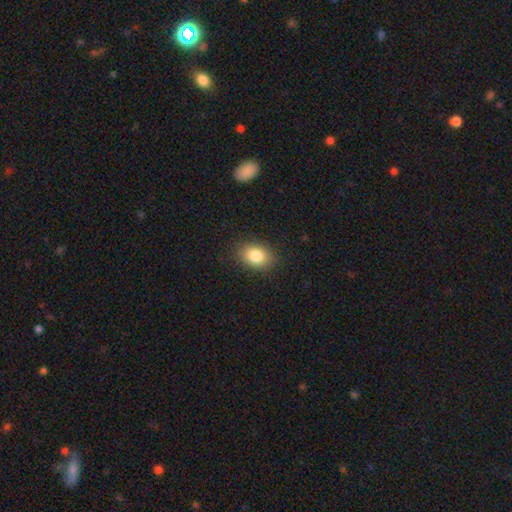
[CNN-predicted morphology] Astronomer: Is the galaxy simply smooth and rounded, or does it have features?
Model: smooth — 84%.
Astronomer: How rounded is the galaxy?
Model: in between — 75%.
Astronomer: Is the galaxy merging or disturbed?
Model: none — 87%.